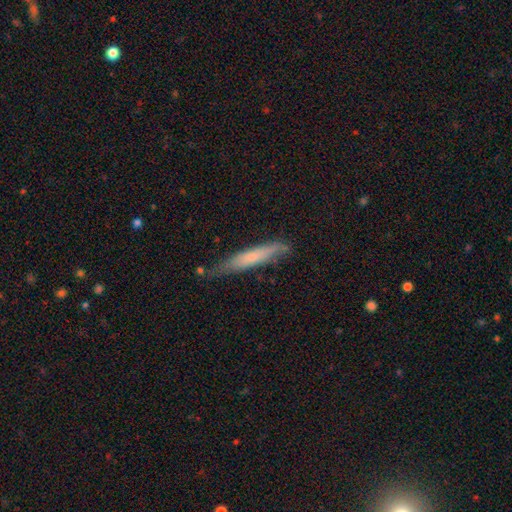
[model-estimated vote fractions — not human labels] A smooth galaxy with no disk features (60%) that is cigar-shaped (92%). Merging: none (69%).